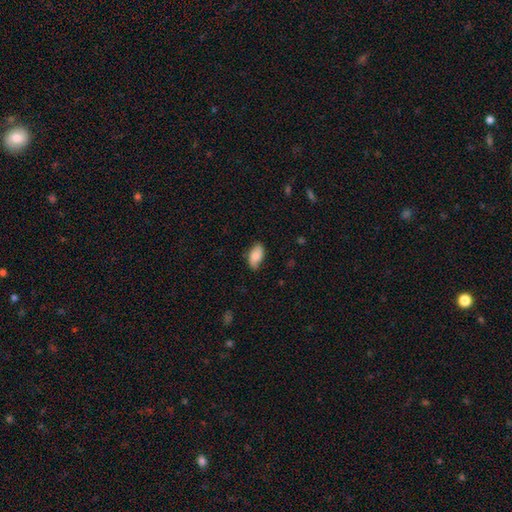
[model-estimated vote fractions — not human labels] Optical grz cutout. It shows a smooth galaxy with no disk features (81%) that is in between round and cigar-shaped (93%). Merging: none (77%).